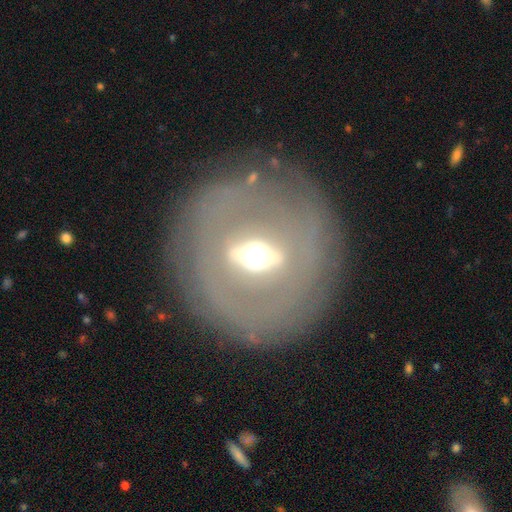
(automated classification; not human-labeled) A featured or disk galaxy (76%) with a strong bar (65%), no spiral arms (82%) and a moderate central bulge (63%). Merging: none (82%).